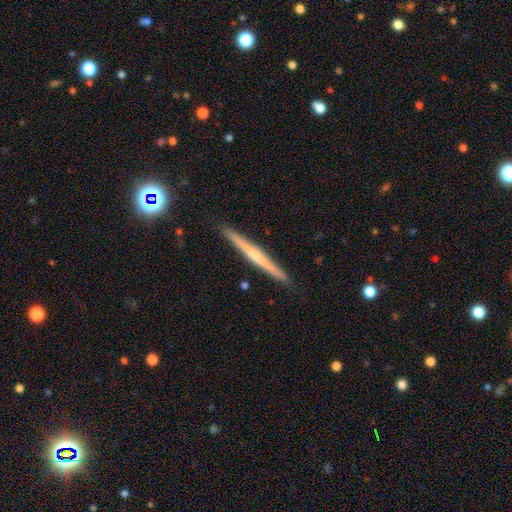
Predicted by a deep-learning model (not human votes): Q: Smooth or featured?
A: featured or disk (60%); runner-up: smooth (33%)
Q: Edge-on disk?
A: yes (98%); runner-up: no (2%)
Q: Edge-on bulge?
A: none (51%); runner-up: rounded (41%)
Q: Merging?
A: none (91%); runner-up: minor disturbance (6%)